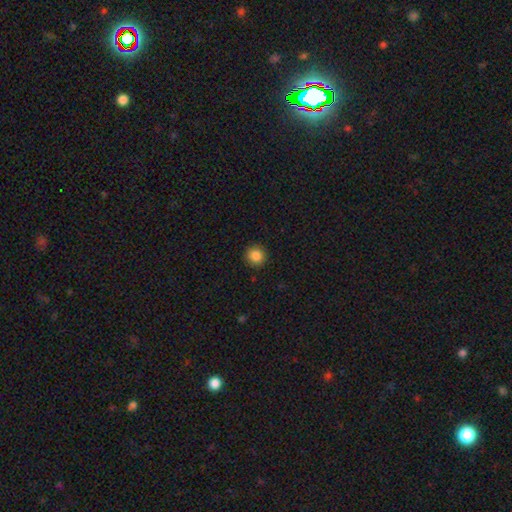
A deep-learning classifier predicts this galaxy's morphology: Smooth or featured: smooth — 86% (star or artifact — 10%)
How rounded: round — 92% (in between — 7%)
Merging: none — 92% (minor disturbance — 5%)